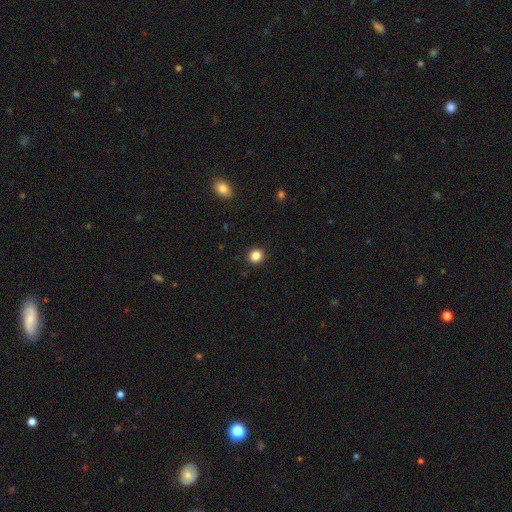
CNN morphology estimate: Smooth or featured?
  - smooth: 84% *
  - star or artifact: 12%
  - featured or disk: 4%
How rounded?
  - round: 88% *
  - in between: 11%
  - cigar-shaped: 1%
Merging?
  - none: 92% *
  - minor disturbance: 5%
  - major disturbance: 2%
  - merger: 1%